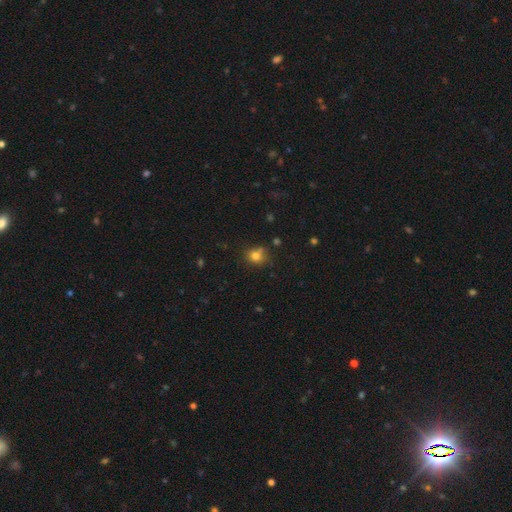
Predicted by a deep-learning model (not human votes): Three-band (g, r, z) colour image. It shows a smooth galaxy with no disk features (79%) that is round (73%). Merging: none (66%).